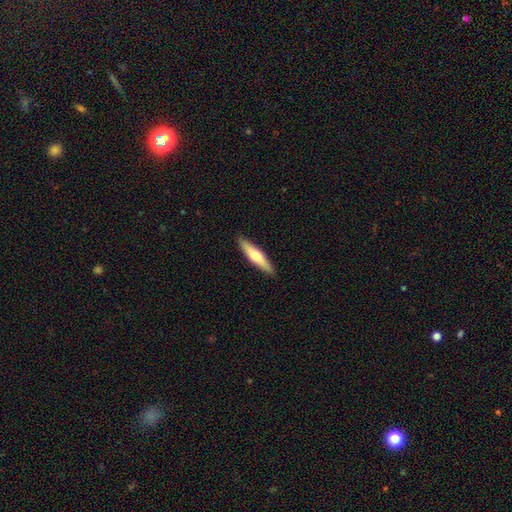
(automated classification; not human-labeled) Q: Smooth or featured?
A: smooth (52%); runner-up: featured or disk (43%)
Q: How rounded?
A: cigar-shaped (80%); runner-up: in between (18%)
Q: Merging?
A: none (90%); runner-up: minor disturbance (7%)